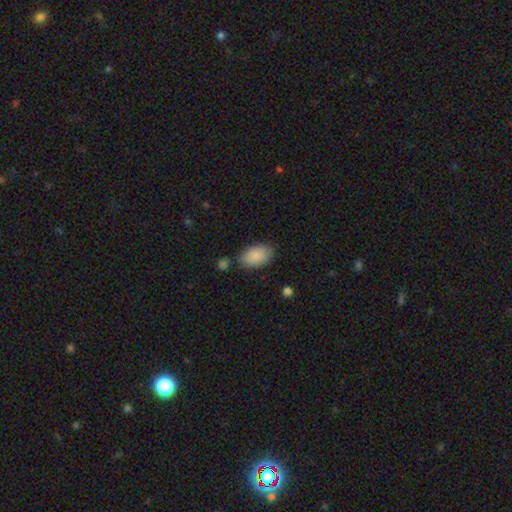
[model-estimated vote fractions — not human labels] smooth_or_featured: smooth (p=0.88) [alt: star or artifact p=0.06]
how_rounded: in between (p=0.94) [alt: round p=0.04]
merging: none (p=0.77) [alt: minor disturbance p=0.14]